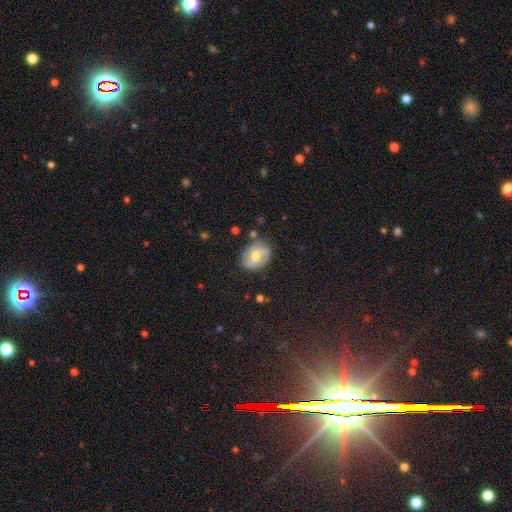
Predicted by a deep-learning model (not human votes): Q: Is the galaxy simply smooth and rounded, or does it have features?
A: featured or disk — 60%.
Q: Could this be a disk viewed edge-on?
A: no — 97%.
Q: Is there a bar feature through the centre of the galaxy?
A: no — 47%.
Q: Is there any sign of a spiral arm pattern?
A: yes — 83%.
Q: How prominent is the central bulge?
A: moderate — 75%.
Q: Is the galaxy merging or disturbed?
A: none — 75%.